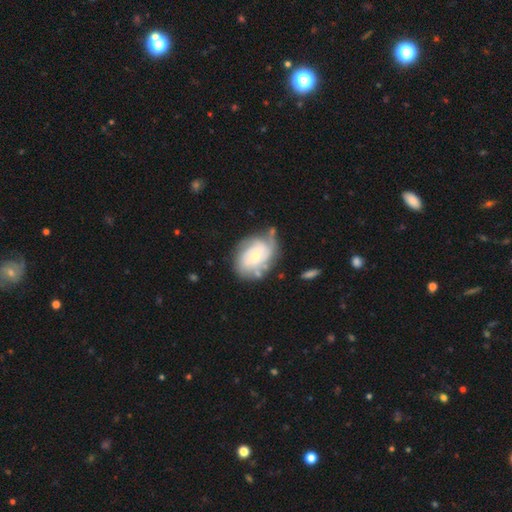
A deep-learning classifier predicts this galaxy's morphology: Overall: featured or disk (68%). Edge-on disk: no (97%). Bar: no (73%). Spiral arms: yes (82%). Spiral arm count: can't tell (44%; 2 26%). Spiral winding: tight (58%; medium 30%). Bulge size: small (62%; moderate 32%). Merging: none (49%; minor disturbance 29%).